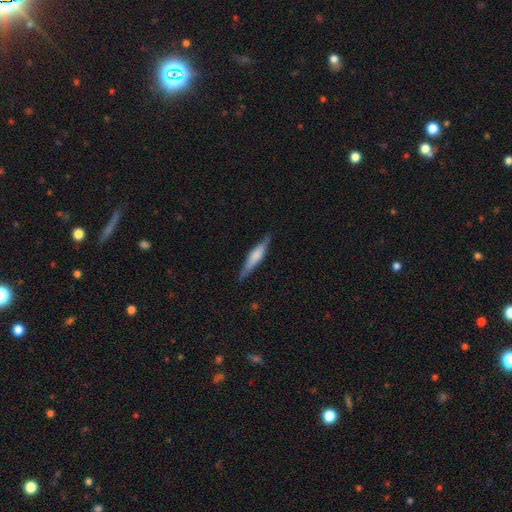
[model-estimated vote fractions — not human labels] This is possibly a smooth galaxy (54%). How rounded: clearly cigar-shaped (87%). Merging: clearly none (82%).